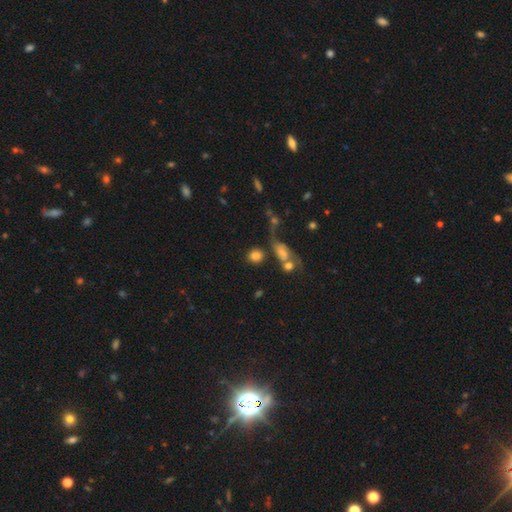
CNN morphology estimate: This appears to be a smooth galaxy with no disk features (80%) that is round (82%). Merging: none (61%).